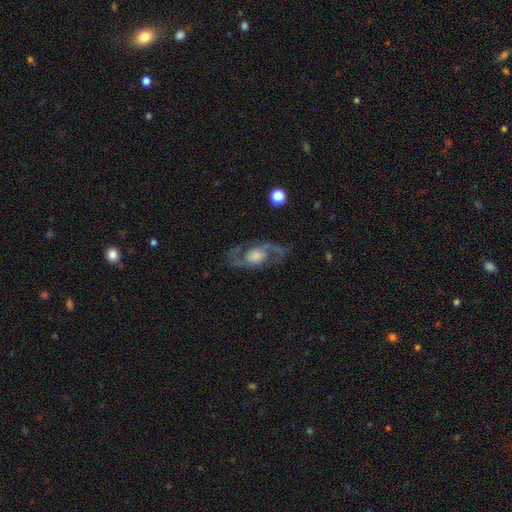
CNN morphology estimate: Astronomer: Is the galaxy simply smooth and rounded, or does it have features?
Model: featured or disk — 86%.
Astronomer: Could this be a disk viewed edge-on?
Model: no — 94%.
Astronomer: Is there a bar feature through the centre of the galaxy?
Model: no — 63%.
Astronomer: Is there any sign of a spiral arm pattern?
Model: yes — 94%.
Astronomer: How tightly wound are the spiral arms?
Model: medium — 56%.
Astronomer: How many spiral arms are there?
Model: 2 — 91%.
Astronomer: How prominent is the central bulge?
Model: moderate — 36% (runner-up: large, 30%).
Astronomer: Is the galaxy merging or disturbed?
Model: none — 78%.